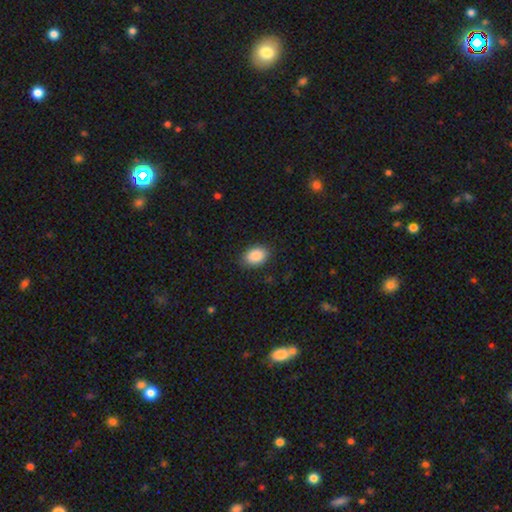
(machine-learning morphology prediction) This appears to be a smooth galaxy with no disk features (89%) that is in between round and cigar-shaped (80%). Merging: none (86%).